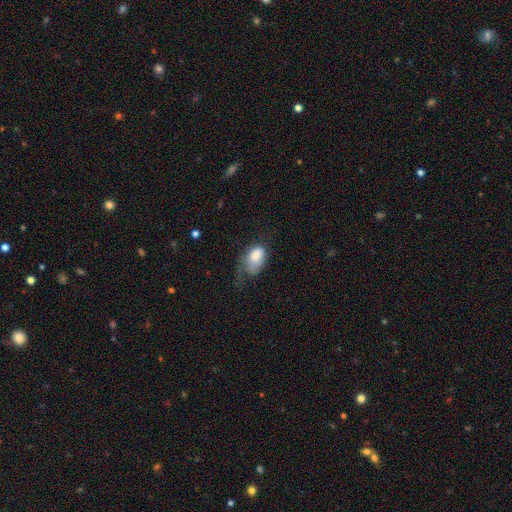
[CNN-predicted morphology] The model was most divided on "merging": major disturbance: 43%, minor disturbance: 30%, none: 24%, merger: 3%. More confident: how rounded — in between (88%); smooth or featured — smooth (75%).